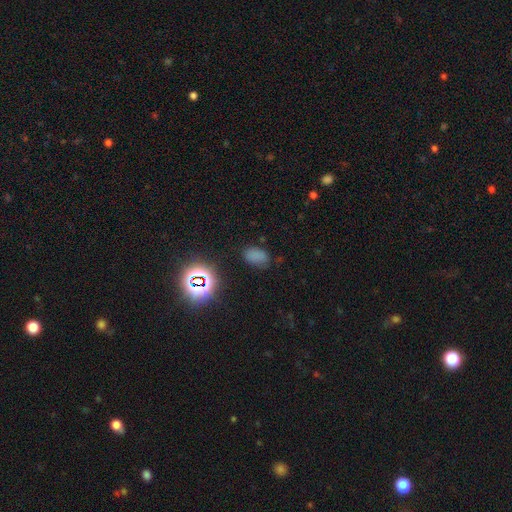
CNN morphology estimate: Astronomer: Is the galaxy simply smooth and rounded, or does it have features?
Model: smooth — 69%.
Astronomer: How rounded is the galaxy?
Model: in between — 89%.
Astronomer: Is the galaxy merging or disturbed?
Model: none — 75%.